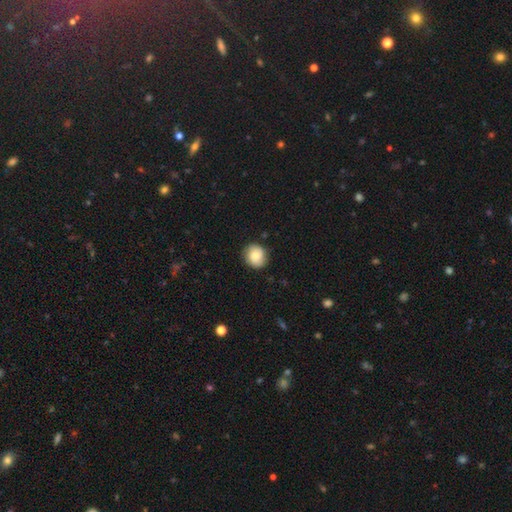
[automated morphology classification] This is likely a smooth galaxy (74%). How rounded: clearly round (80%). Merging: clearly none (84%).